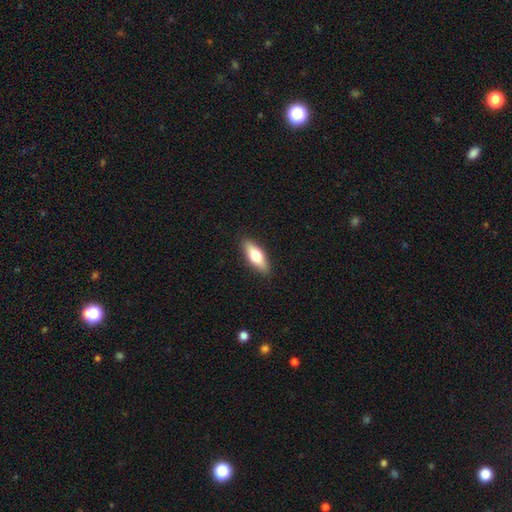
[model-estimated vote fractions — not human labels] A smooth galaxy with no disk features (63%) that is in between round and cigar-shaped (60%). Merging: none (89%).